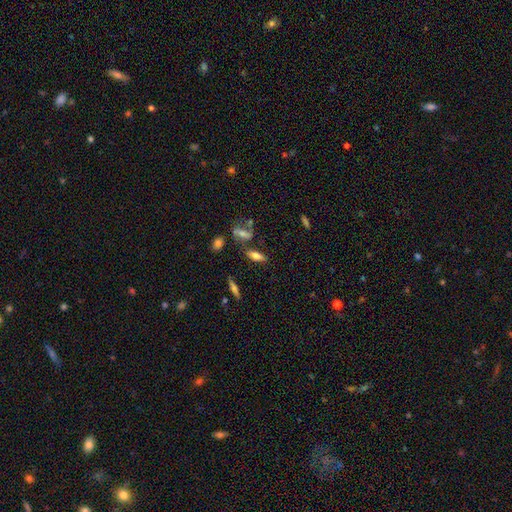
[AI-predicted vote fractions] A smooth galaxy with no disk features (64%) that is in between round and cigar-shaped (61%). Merging: none (70%).